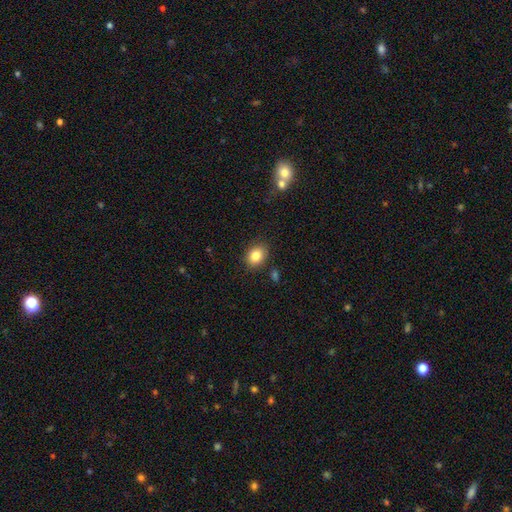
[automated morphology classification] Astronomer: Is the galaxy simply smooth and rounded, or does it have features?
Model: smooth — 83%.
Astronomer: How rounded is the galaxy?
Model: in between — 57% (runner-up: round, 42%).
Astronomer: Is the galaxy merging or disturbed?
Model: none — 85%.